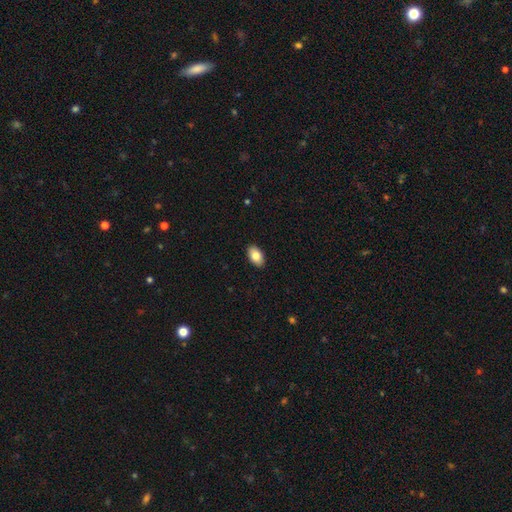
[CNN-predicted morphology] A smooth galaxy with no disk features (82%) that is in between round and cigar-shaped (93%). Merging: none (90%).